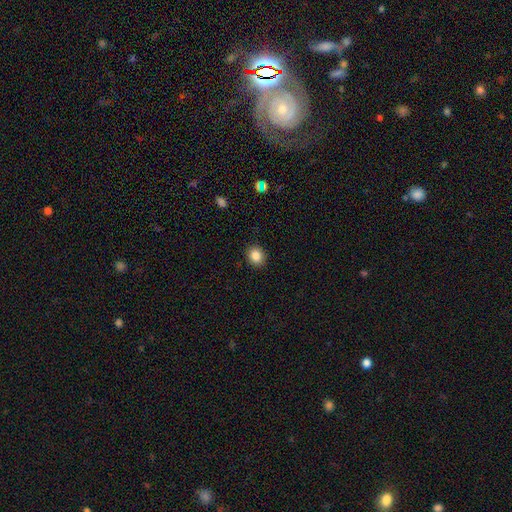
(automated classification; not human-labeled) Morphology: type=smooth (85%); roundness=round (65%); merging=none (91%).